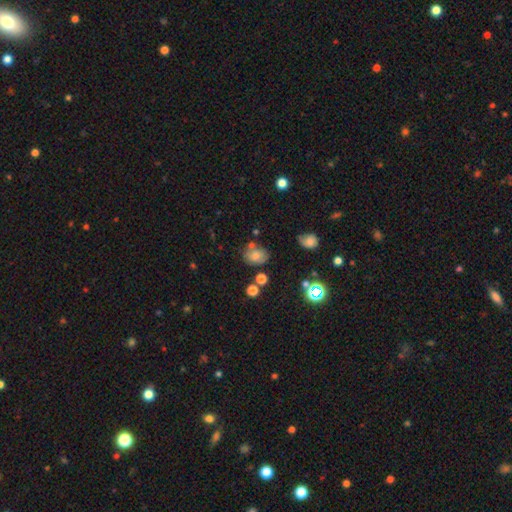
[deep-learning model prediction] Morphology: type=smooth (67%); roundness=in between (56%); merging=none (61%).